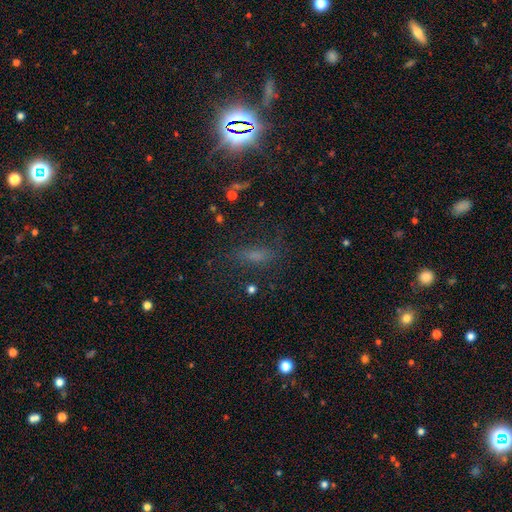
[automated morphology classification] smooth-or-featured: smooth: 46% | star or artifact: 35% | featured or disk: 19%
  merging: none: 66% | minor disturbance: 18% | major disturbance: 13% | merger: 3%